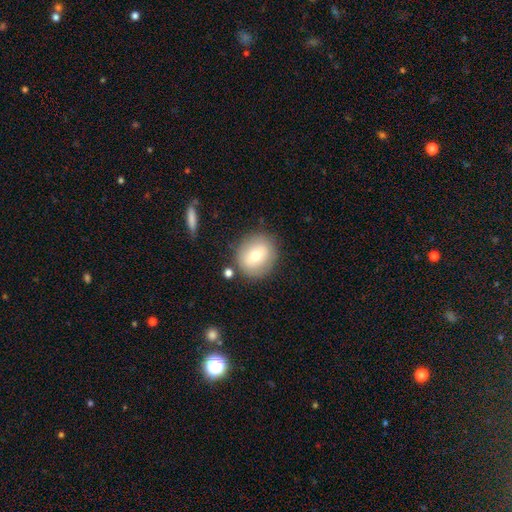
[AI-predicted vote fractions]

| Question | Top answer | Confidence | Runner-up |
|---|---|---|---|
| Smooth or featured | smooth | 66% | featured or disk (26%) |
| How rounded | round | 80% | in between (19%) |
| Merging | none | 82% | minor disturbance (11%) |